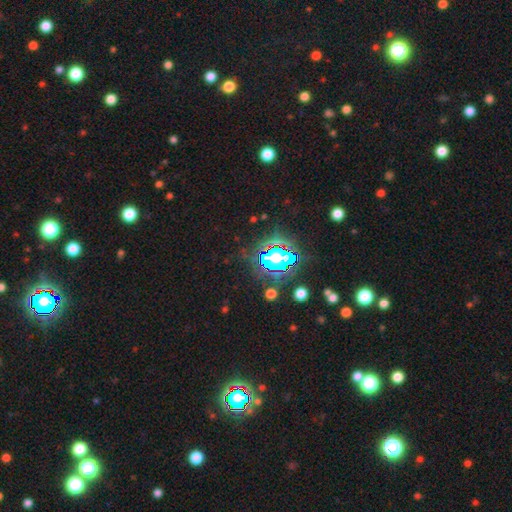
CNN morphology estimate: star or artifact 82%, smooth 11%, featured or disk 7%.